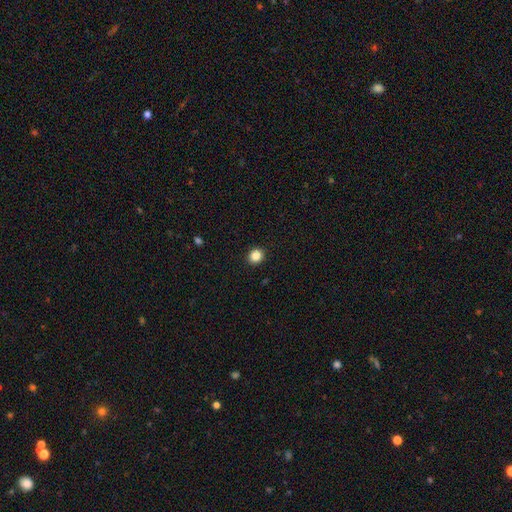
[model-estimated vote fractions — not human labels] smooth-or-featured: smooth: 86% | star or artifact: 10% | featured or disk: 4%
  how-rounded: round: 77% | in between: 22% | cigar-shaped: 1%
  merging: none: 92% | minor disturbance: 5% | major disturbance: 2% | merger: 1%